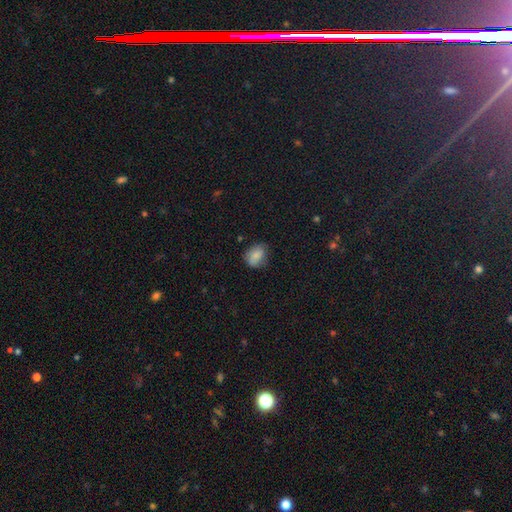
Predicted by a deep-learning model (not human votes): smooth_or_featured: smooth (p=0.81) [alt: featured or disk p=0.10]
how_rounded: in between (p=0.62) [alt: round p=0.37]
merging: none (p=0.68) [alt: minor disturbance p=0.25]